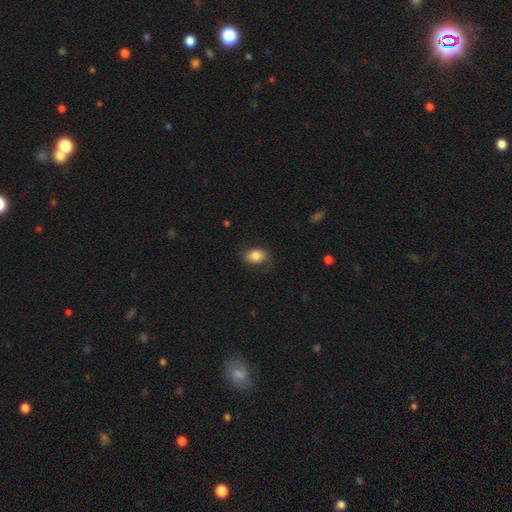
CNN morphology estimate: smooth_or_featured: smooth (p=0.77) [alt: featured or disk p=0.15]
how_rounded: in between (p=0.78) [alt: round p=0.21]
merging: none (p=0.64) [alt: minor disturbance p=0.22]